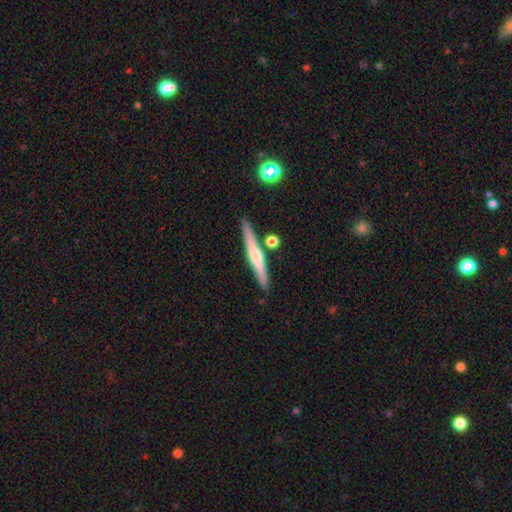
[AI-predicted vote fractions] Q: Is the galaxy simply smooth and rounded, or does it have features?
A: featured or disk — 53%.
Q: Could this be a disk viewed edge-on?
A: yes — 96%.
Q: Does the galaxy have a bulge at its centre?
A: rounded — 68%.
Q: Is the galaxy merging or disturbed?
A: none — 83%.